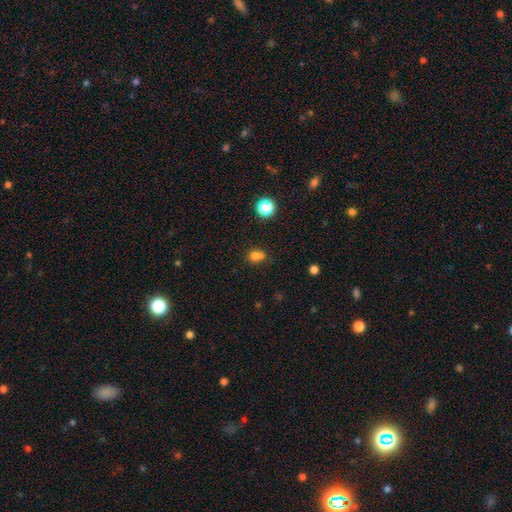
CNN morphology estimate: Smooth or featured? Predicted: smooth (p=0.73). How rounded? Predicted: round (p=0.66). Merging? Predicted: merger (p=0.42).